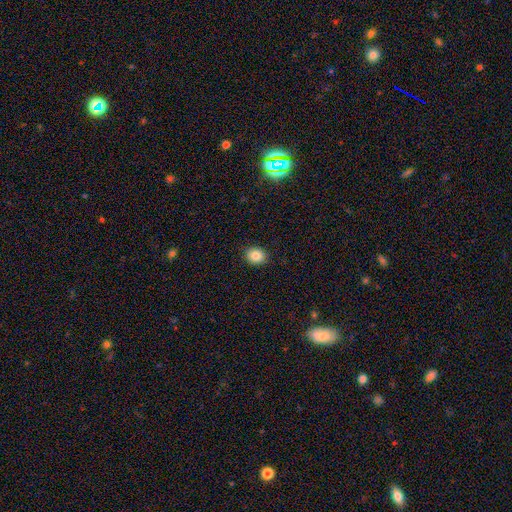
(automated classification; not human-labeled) Morphology: type=smooth (85%); roundness=round (67%); merging=none (90%).